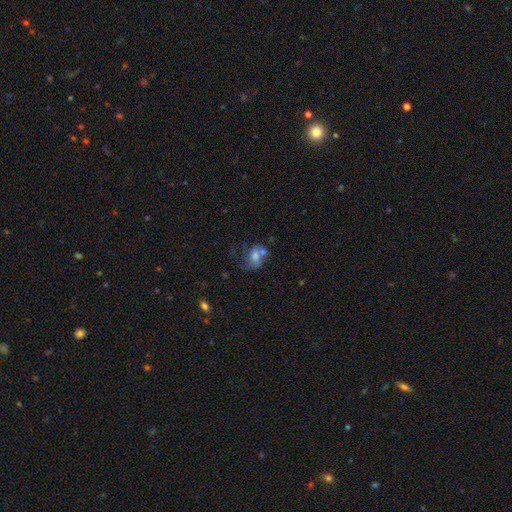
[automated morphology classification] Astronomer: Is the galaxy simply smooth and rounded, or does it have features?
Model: smooth — 57%.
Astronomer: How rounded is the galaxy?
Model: in between — 67%.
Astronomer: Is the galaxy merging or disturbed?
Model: merger — 39% (runner-up: none, 25%).